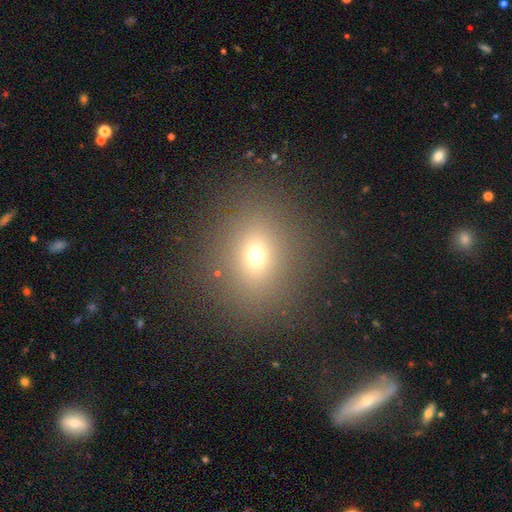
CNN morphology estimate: A smooth galaxy with no disk features (67%) that is round (65%). Merging: none (85%).